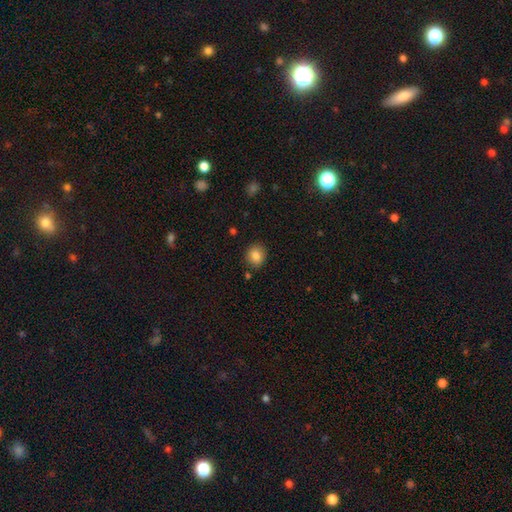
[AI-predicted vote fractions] smooth 85%, star or artifact 9%, featured or disk 6%. Down the decision tree: how rounded — round (72%); merging — none (86%).